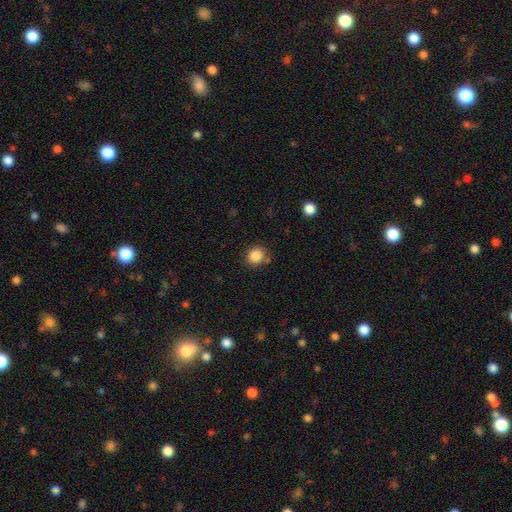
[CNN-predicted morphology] Smooth or featured? smooth (85%)
How rounded? round (79%)
Merging? none (80%)